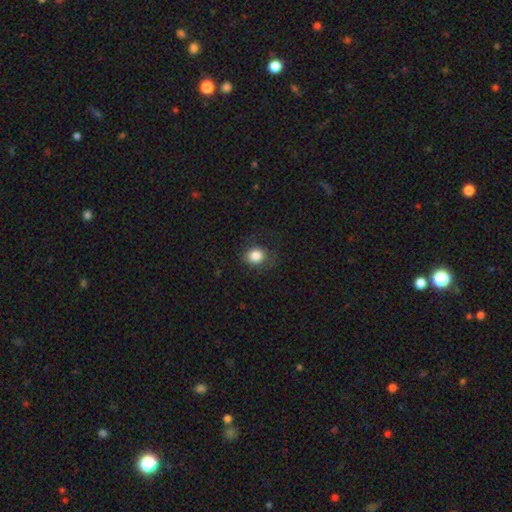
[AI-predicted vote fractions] Morphology: type=smooth (83%); roundness=round (69%); merging=none (74%).